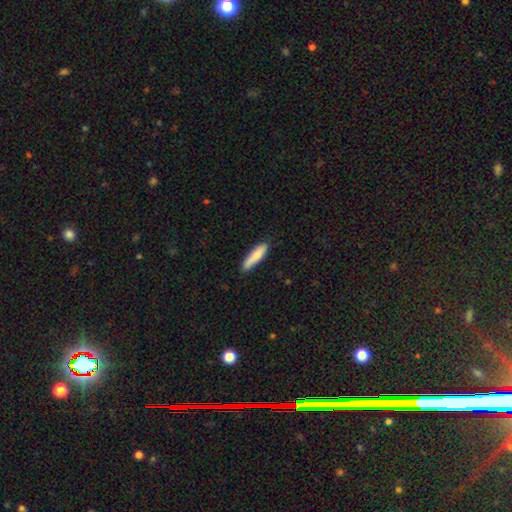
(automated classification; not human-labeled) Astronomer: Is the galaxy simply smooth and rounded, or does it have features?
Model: smooth — 84%.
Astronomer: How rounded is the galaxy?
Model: cigar-shaped — 79%.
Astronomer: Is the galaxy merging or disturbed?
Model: none — 82%.